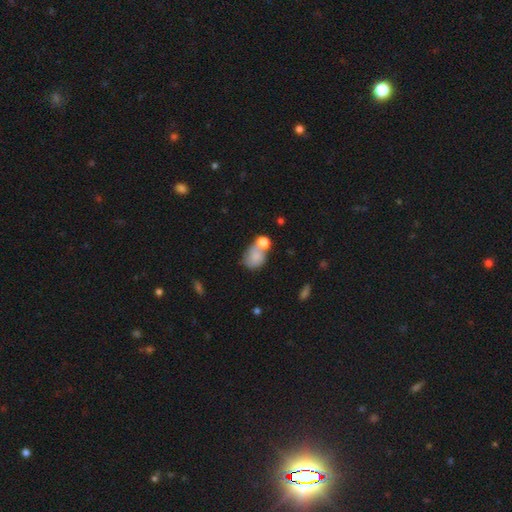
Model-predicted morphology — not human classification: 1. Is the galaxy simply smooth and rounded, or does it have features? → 74% smooth, 17% featured or disk, 9% star or artifact.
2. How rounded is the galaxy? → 57% in between, 42% round, 1% cigar-shaped.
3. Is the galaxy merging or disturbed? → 39% merger, 33% none, 18% minor disturbance, 10% major disturbance.